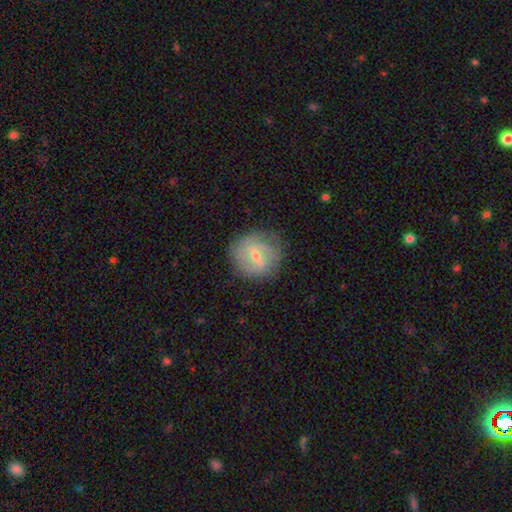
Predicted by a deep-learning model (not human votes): This is likely a featured or disk galaxy (61%). It is clearly not viewed edge-on (96%). Bar: possibly weak (54%). Spiral arm pattern: likely yes (70%). Central bulge: possibly small (56%). Merging: likely none (77%).